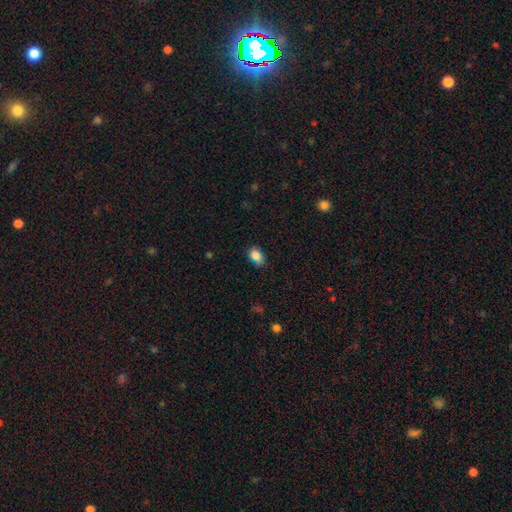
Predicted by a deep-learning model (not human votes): smooth 83%, star or artifact 11%, featured or disk 7%. Down the decision tree: how rounded — in between (73%); merging — none (53%).